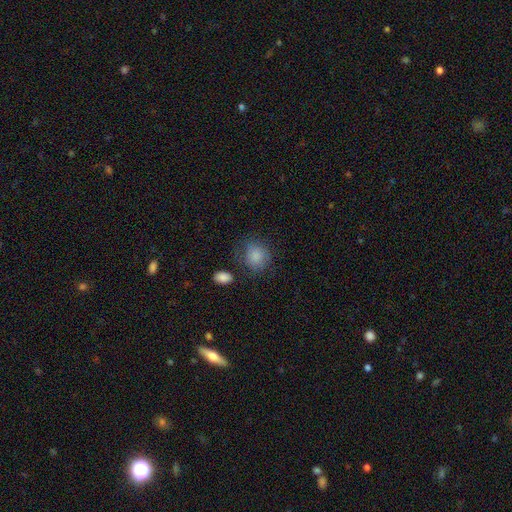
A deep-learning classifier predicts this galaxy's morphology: Smooth or featured: smooth — 84% (star or artifact — 9%)
How rounded: round — 71% (in between — 28%)
Merging: none — 65% (minor disturbance — 21%)